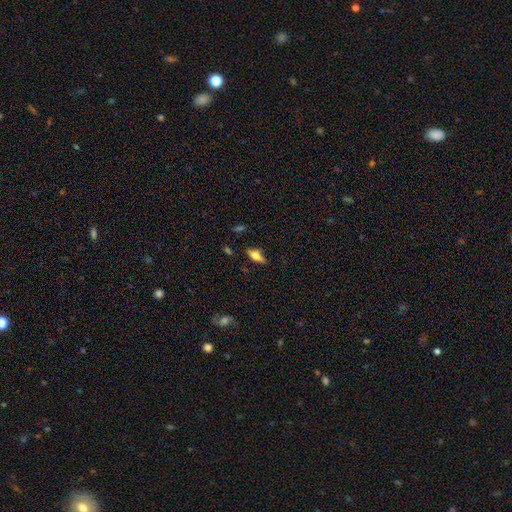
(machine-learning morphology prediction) The model was most divided on "smooth or featured": featured or disk: 47%, smooth: 44%, star or artifact: 9%. More confident: merging — none (82%).